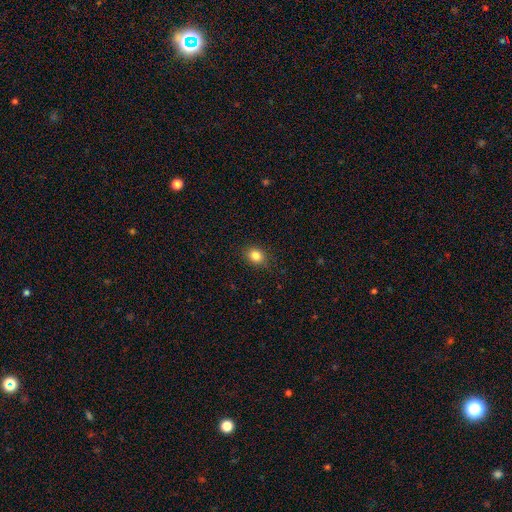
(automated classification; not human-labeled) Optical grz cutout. It shows a smooth galaxy with no disk features (83%) that is round (60%). Merging: none (86%).